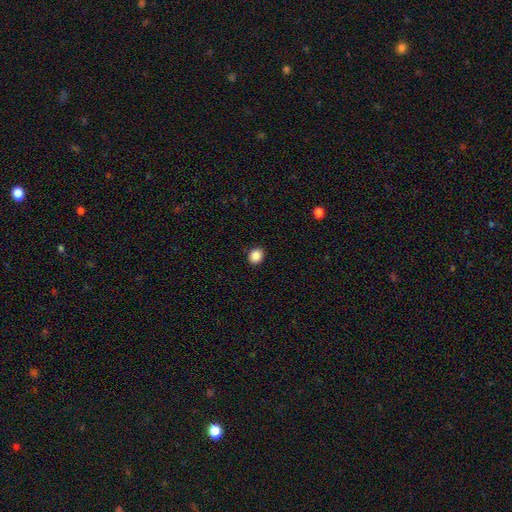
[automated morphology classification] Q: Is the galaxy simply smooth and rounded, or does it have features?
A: smooth — 87%.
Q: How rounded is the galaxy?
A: round — 71%.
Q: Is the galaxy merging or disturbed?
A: none — 92%.